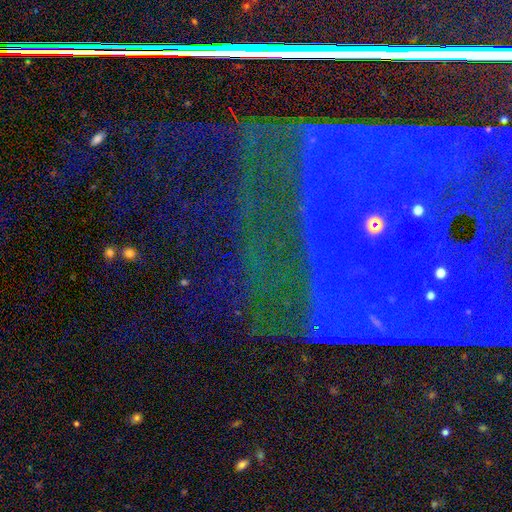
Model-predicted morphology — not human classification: Smooth or featured? star or artifact (78%)